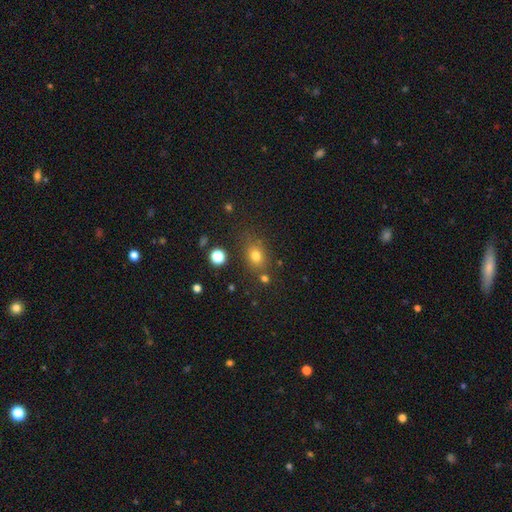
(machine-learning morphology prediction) Smooth or featured? smooth (76%)
How rounded? in between (58%)
Merging? none (71%)